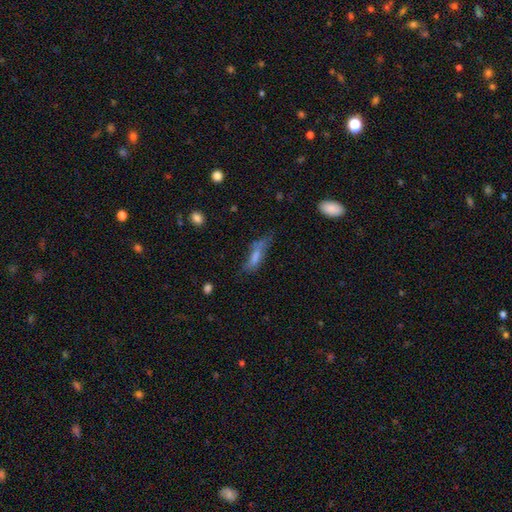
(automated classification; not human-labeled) This is likely a smooth galaxy (65%). How rounded: possibly cigar-shaped (56%). Merging: marginally none (42%).